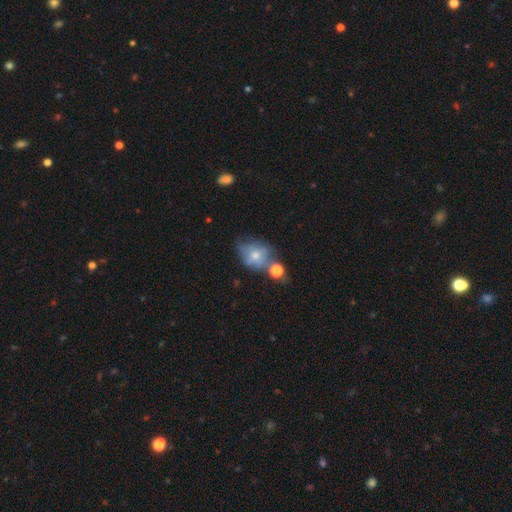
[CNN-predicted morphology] smooth_or_featured: smooth (p=0.58) [alt: featured or disk p=0.30]
how_rounded: in between (p=0.57) [alt: round p=0.41]
merging: none (p=0.35) [alt: merger p=0.26]